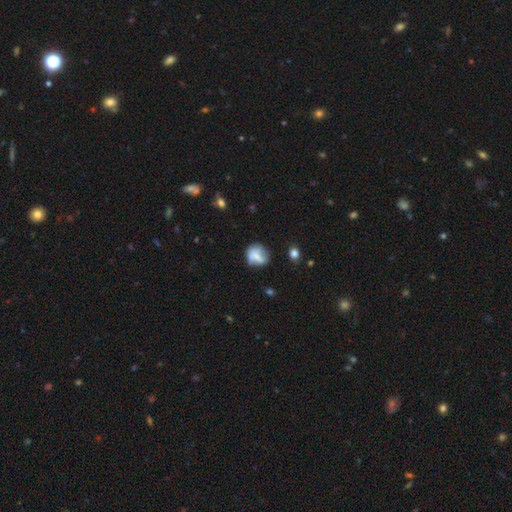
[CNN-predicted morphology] Q: Smooth or featured?
A: smooth (63%); runner-up: featured or disk (27%)
Q: How rounded?
A: round (70%); runner-up: in between (28%)
Q: Merging?
A: none (51%); runner-up: minor disturbance (26%)